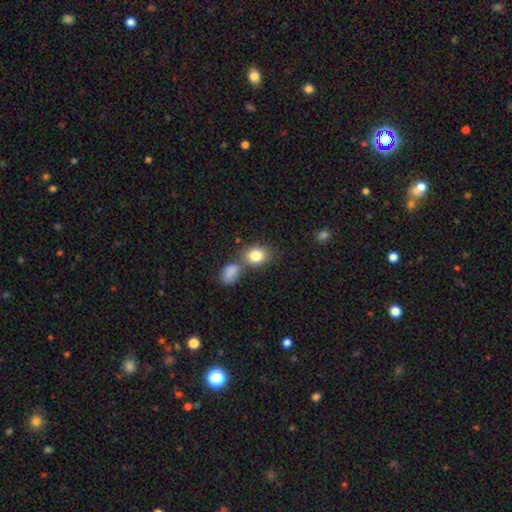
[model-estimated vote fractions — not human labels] This is clearly a smooth galaxy (82%). How rounded: possibly round (52%). Merging: possibly none (54%).